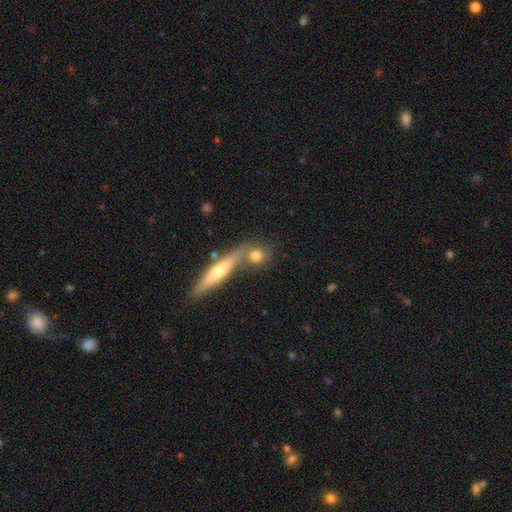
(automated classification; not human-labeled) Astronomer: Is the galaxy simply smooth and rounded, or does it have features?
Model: smooth — 69%.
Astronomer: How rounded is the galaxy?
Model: round — 63%.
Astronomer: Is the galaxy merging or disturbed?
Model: none — 58%.